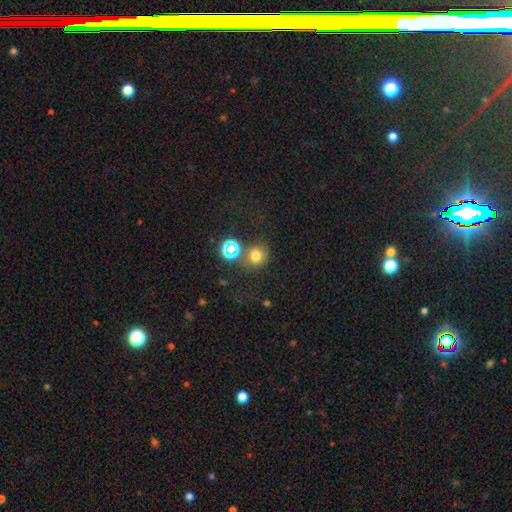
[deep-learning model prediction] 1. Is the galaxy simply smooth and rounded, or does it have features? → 72% smooth, 20% star or artifact, 8% featured or disk.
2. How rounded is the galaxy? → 86% round, 13% in between, 1% cigar-shaped.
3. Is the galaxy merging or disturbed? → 69% none, 16% merger, 10% minor disturbance, 5% major disturbance.